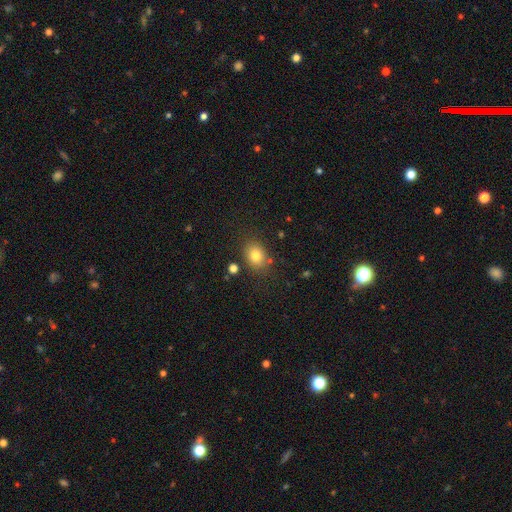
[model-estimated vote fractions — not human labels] Overall: smooth (80%). How rounded: in between (55%; round 44%). Merging: none (81%).